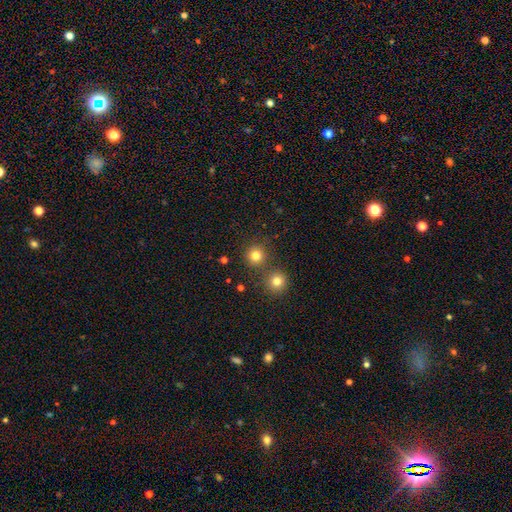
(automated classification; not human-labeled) Morphology: type=smooth (80%); roundness=round (93%); merging=none (79%).